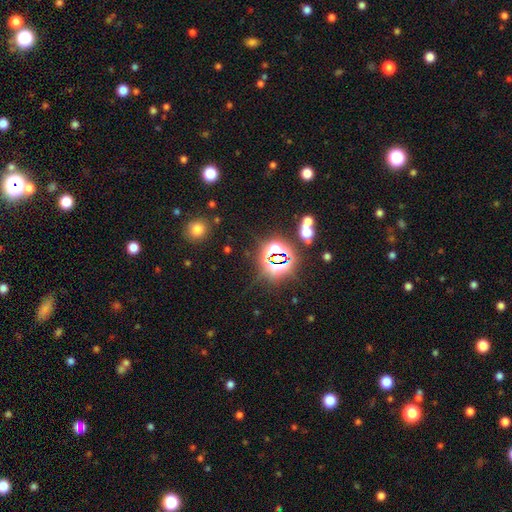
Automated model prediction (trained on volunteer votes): Morphology: type=star or artifact (79%).